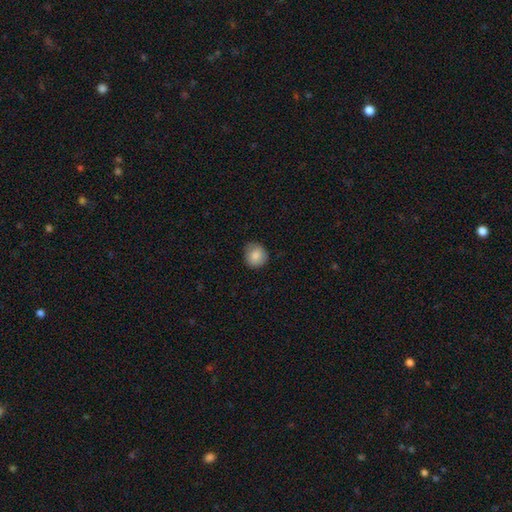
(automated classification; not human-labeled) smooth 85%, star or artifact 8%, featured or disk 7%. Down the decision tree: how rounded — round (86%); merging — none (79%).